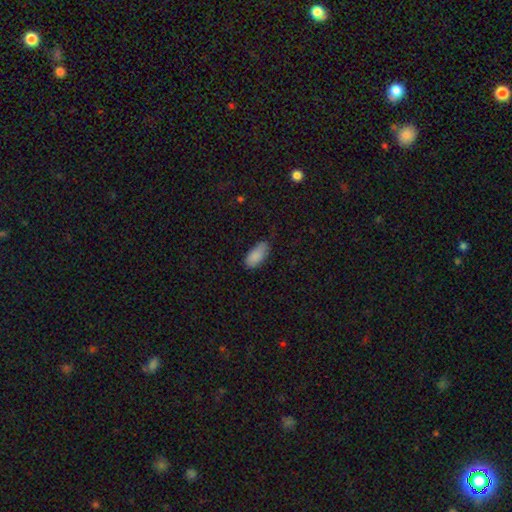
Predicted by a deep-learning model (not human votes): Smooth or featured? smooth (88%)
How rounded? in between (91%)
Merging? none (67%)